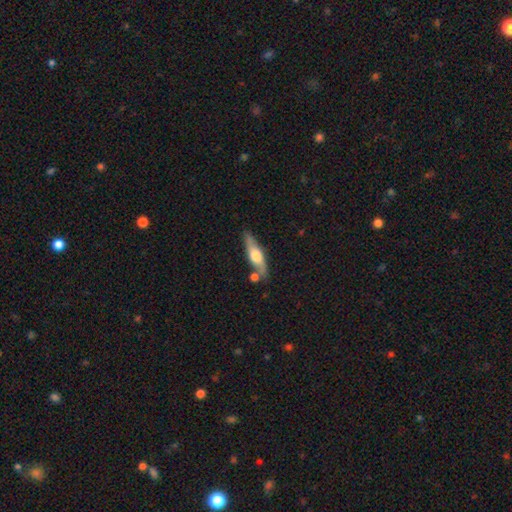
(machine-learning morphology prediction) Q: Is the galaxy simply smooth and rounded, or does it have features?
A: featured or disk — 54%.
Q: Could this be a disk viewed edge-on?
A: yes — 85%.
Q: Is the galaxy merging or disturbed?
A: none — 74%.